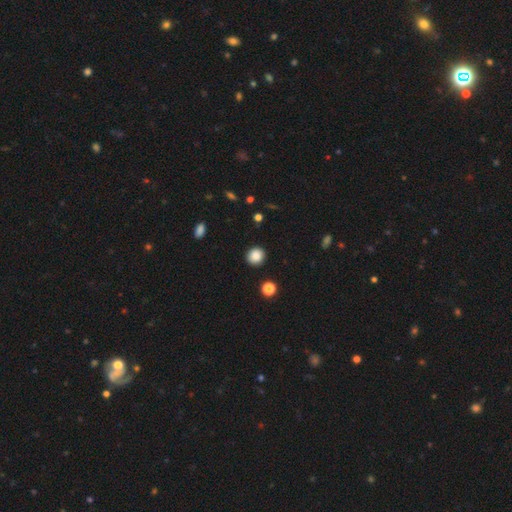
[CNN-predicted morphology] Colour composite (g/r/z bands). It shows a smooth galaxy with no disk features (87%) that is round (89%). Merging: none (90%).